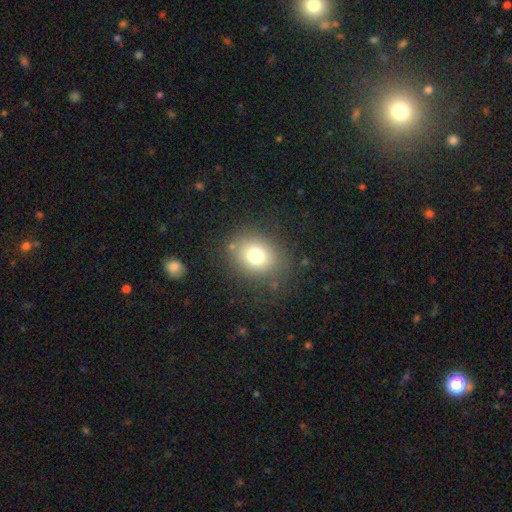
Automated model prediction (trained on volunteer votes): smooth-or-featured: smooth: 75% | star or artifact: 13% | featured or disk: 12%
  how-rounded: round: 58% | in between: 41% | cigar-shaped: 1%
  merging: none: 80% | minor disturbance: 12% | major disturbance: 6% | merger: 2%